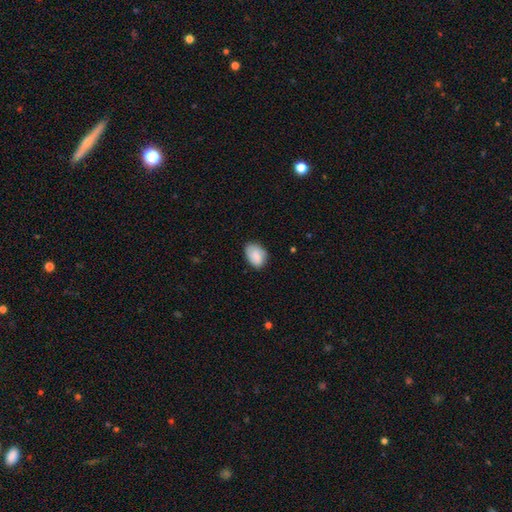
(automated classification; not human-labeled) Smooth or featured? smooth (83%)
How rounded? in between (81%)
Merging? none (71%)